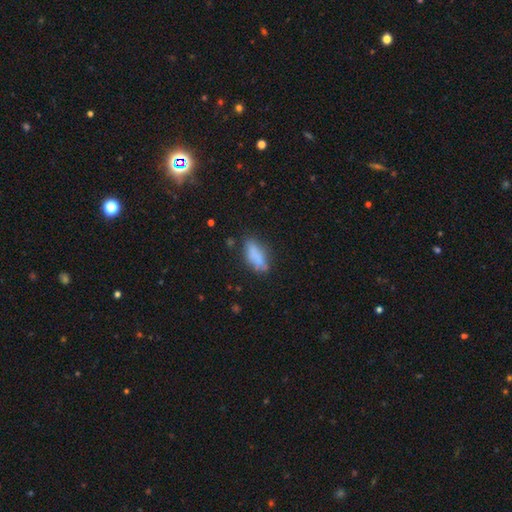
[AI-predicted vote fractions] Smooth or featured? Predicted: smooth (p=0.77). How rounded? Predicted: in between (p=0.70). Merging? Predicted: none (p=0.66).